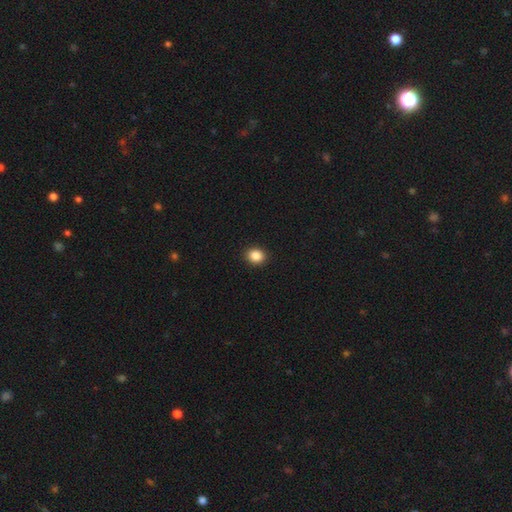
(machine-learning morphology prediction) The model was most divided on "how rounded": round: 62%, in between: 37%, cigar-shaped: 1%. More confident: merging — none (92%); smooth or featured — smooth (87%).